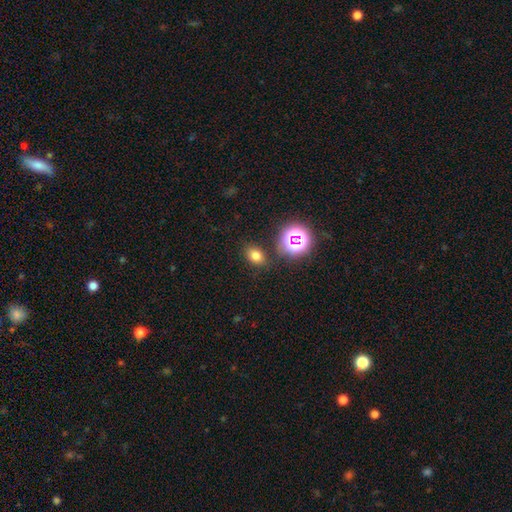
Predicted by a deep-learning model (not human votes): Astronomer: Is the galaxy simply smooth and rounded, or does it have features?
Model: smooth — 72%.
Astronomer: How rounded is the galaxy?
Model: in between — 68%.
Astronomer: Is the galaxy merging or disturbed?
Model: none — 81%.